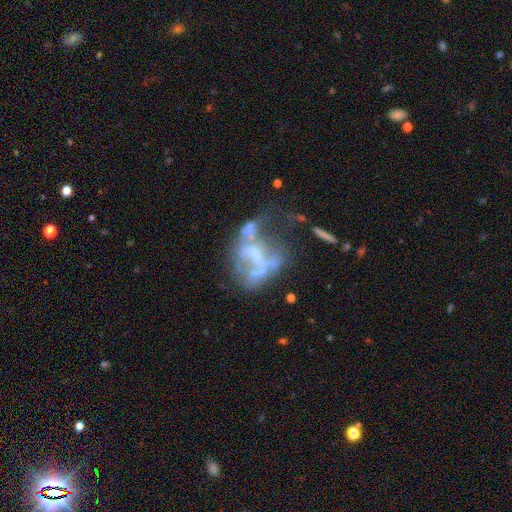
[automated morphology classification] Smooth or featured: featured or disk — 69% (smooth — 17%)
Edge-on disk: no — 96% (yes — 4%)
Bar: no — 66% (weak — 22%)
Spiral arms: no — 78% (yes — 22%)
Bulge size: none — 49% (small — 24%)
Merging: major disturbance — 39% (merger — 23%)